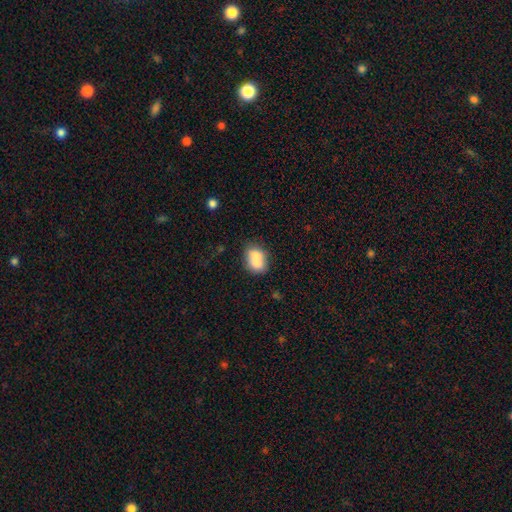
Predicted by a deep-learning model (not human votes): Q: Smooth or featured?
A: smooth (72%); runner-up: featured or disk (20%)
Q: How rounded?
A: in between (59%); runner-up: round (40%)
Q: Merging?
A: merger (54%); runner-up: none (31%)